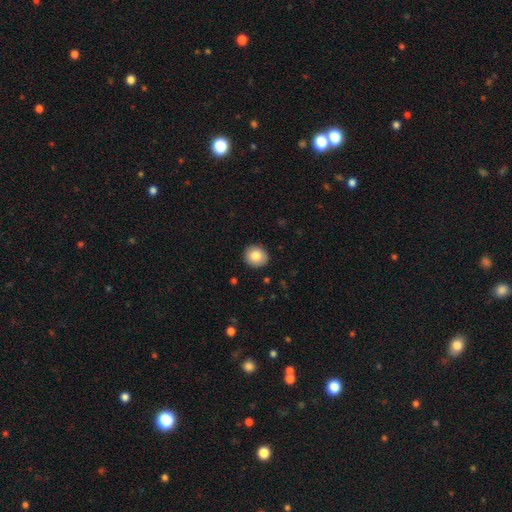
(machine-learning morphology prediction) This appears to be a smooth galaxy with no disk features (83%) that is round (81%). Merging: none (91%).